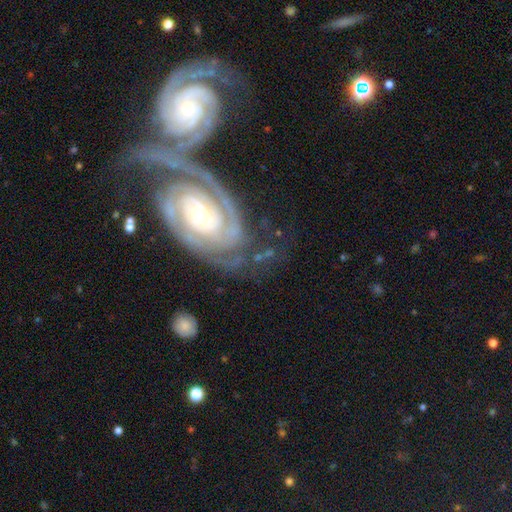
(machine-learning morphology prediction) featured or disk 90%, star or artifact 5%, smooth 5%. Down the decision tree: edge-on disk — no (96%); bar — no (53%); spiral arms — yes (98%); spiral arm count — 2 (69%); spiral winding — tight (75%); bulge size — moderate (47%); merging — none (44%).